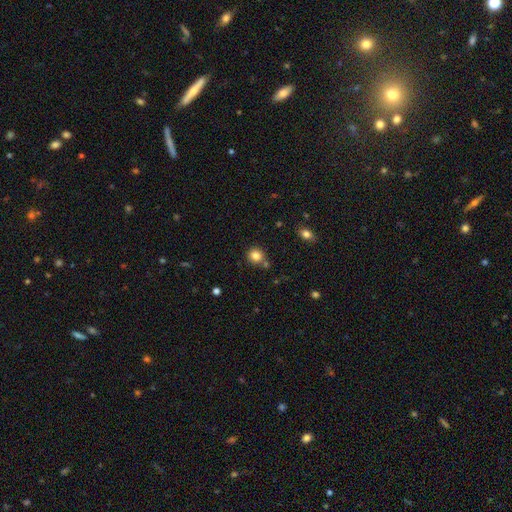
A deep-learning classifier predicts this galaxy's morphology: smooth_or_featured: smooth (p=0.83) [alt: star or artifact p=0.11]
how_rounded: round (p=0.88) [alt: in between p=0.11]
merging: none (p=0.75) [alt: merger p=0.11]